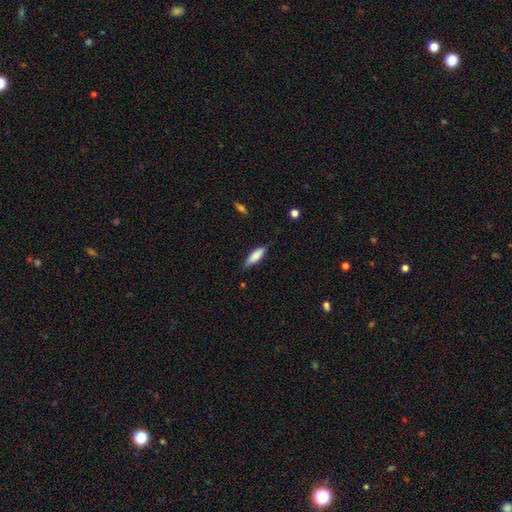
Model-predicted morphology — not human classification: smooth_or_featured: smooth (p=0.82) [alt: featured or disk p=0.12]
how_rounded: in between (p=0.51) [alt: cigar-shaped p=0.47]
merging: none (p=0.75) [alt: minor disturbance p=0.20]